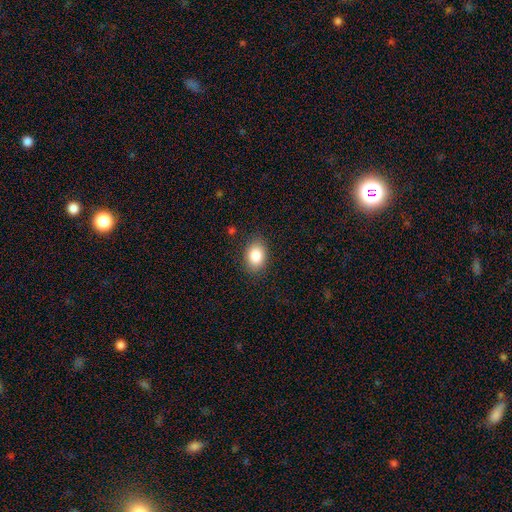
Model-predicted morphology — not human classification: type=smooth (86%); roundness=in between (76%); merging=none (85%).